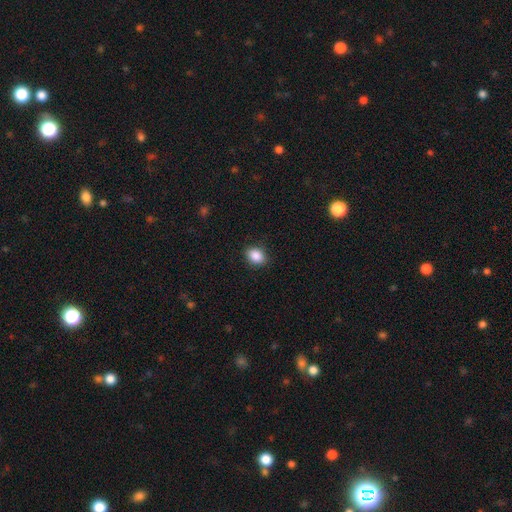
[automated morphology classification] smooth 88%, star or artifact 8%, featured or disk 3%. Down the decision tree: how rounded — in between (69%); merging — none (87%).